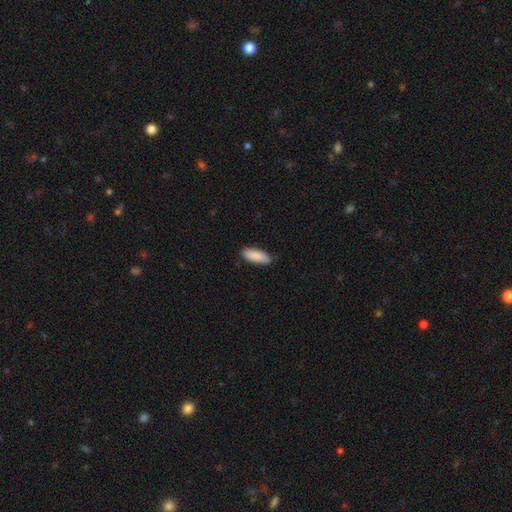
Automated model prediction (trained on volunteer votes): This is clearly a smooth galaxy (90%). How rounded: likely in between (71%). Merging: clearly none (84%).